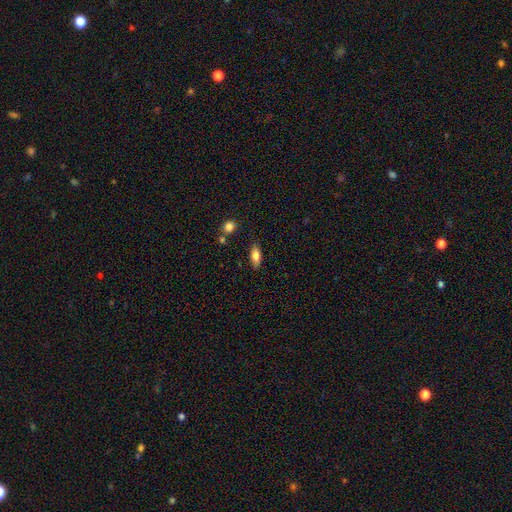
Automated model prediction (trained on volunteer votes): Morphology: type=smooth (78%); roundness=in between (79%); merging=none (82%).